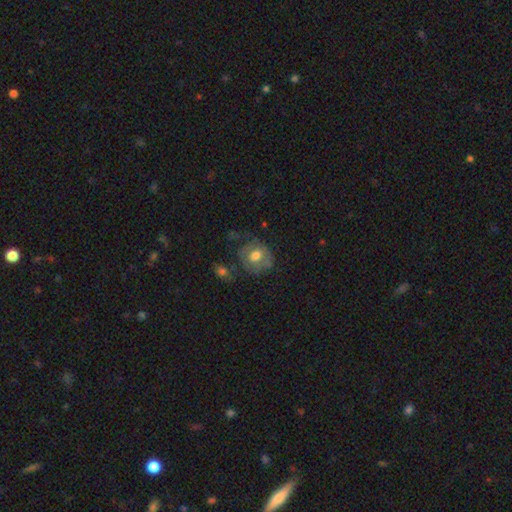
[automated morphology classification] smooth-or-featured: smooth: 55% | featured or disk: 37% | star or artifact: 8%
  how-rounded: round: 68% | in between: 30% | cigar-shaped: 1%
  merging: none: 53% | minor disturbance: 26% | major disturbance: 17% | merger: 4%